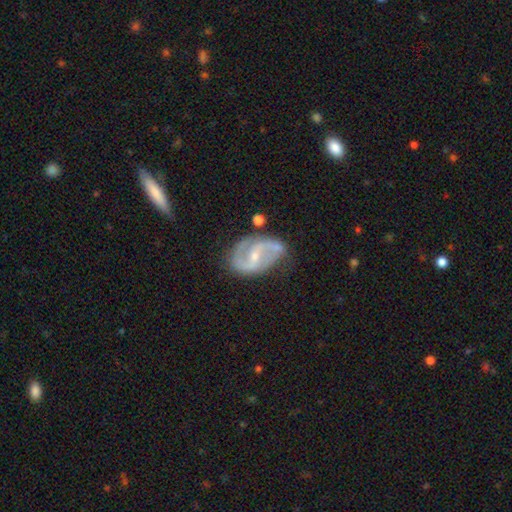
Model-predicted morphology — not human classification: Q: Smooth or featured?
A: featured or disk (88%); runner-up: smooth (7%)
Q: Edge-on disk?
A: no (97%); runner-up: yes (3%)
Q: Bar?
A: weak (44%); runner-up: no (29%)
Q: Spiral arms?
A: yes (95%); runner-up: no (5%)
Q: Spiral winding?
A: medium (51%); runner-up: loose (30%)
Q: Spiral arm count?
A: 2 (89%); runner-up: can't tell (4%)
Q: Bulge size?
A: small (66%); runner-up: moderate (31%)
Q: Merging?
A: none (61%); runner-up: minor disturbance (25%)